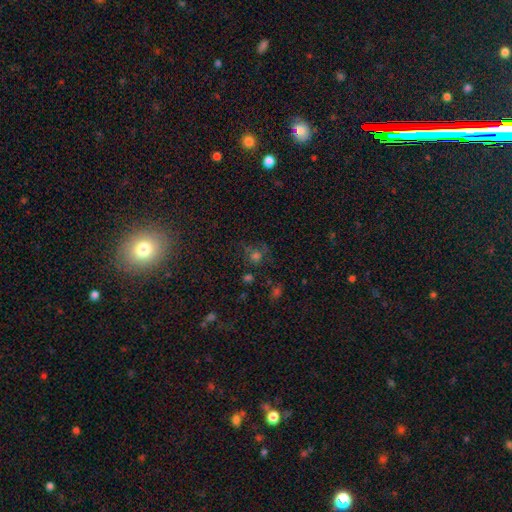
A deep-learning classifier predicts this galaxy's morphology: This appears to be a smooth galaxy with no disk features (44%). Merging: none (64%).